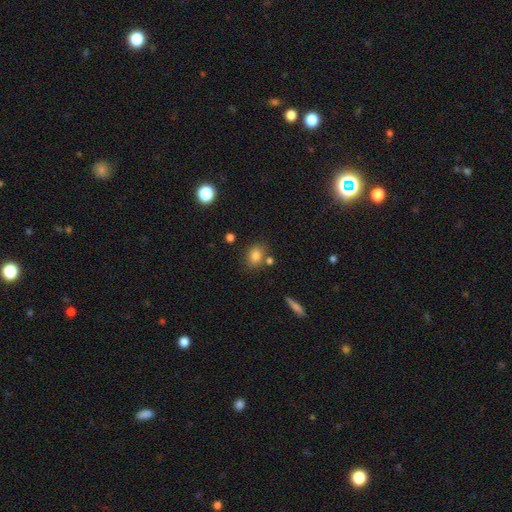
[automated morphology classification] A smooth galaxy with no disk features (80%) that is in between round and cigar-shaped (60%). Merging: none (73%).